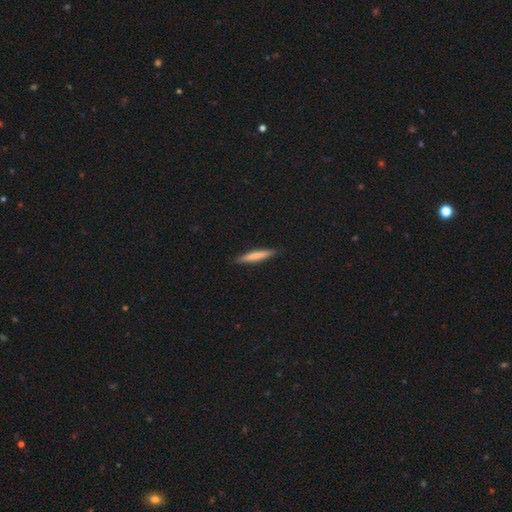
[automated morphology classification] Smooth or featured? smooth (72%)
How rounded? cigar-shaped (93%)
Merging? none (89%)